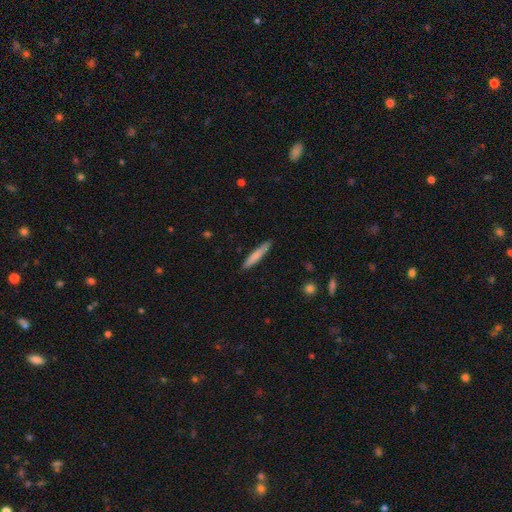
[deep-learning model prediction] This is likely a smooth galaxy (76%). How rounded: clearly cigar-shaped (93%). Merging: clearly none (87%).